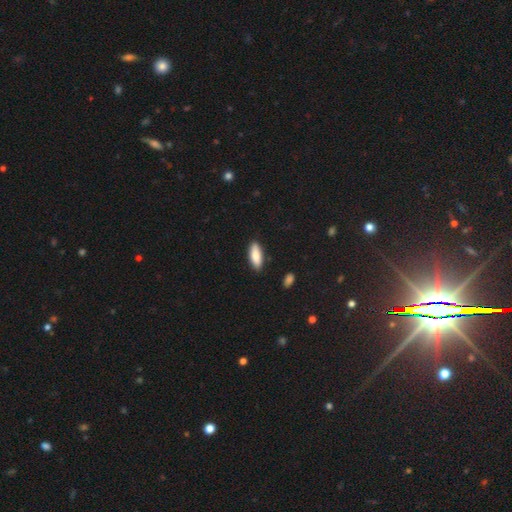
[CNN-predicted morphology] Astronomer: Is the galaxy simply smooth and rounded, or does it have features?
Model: smooth — 84%.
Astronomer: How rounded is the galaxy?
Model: in between — 70%.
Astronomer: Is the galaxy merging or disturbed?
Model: none — 87%.